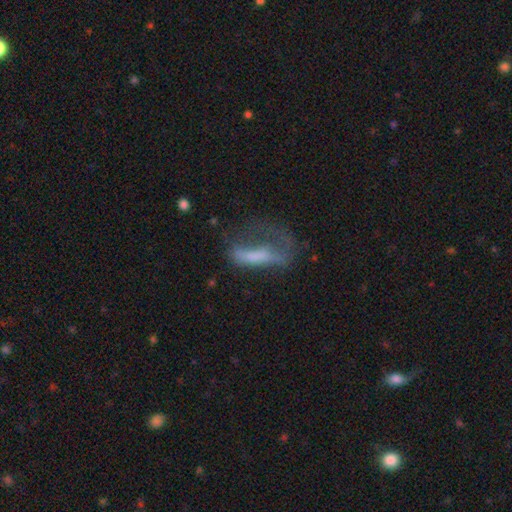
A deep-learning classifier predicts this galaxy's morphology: A smooth galaxy with no disk features (47%). Merging: major disturbance (55%).